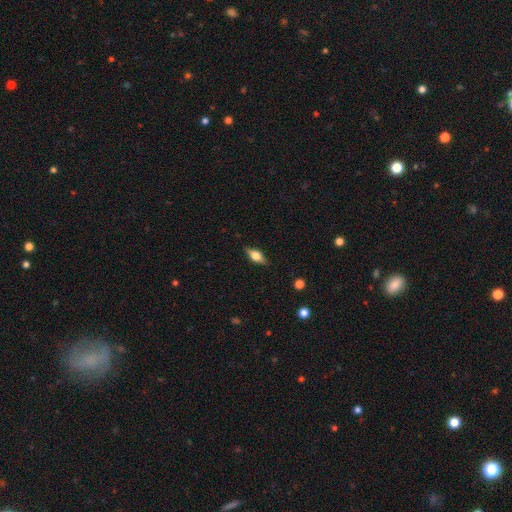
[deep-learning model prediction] This is possibly a featured or disk galaxy (50%). It is clearly viewed edge-on (92%). Merging: clearly none (86%).